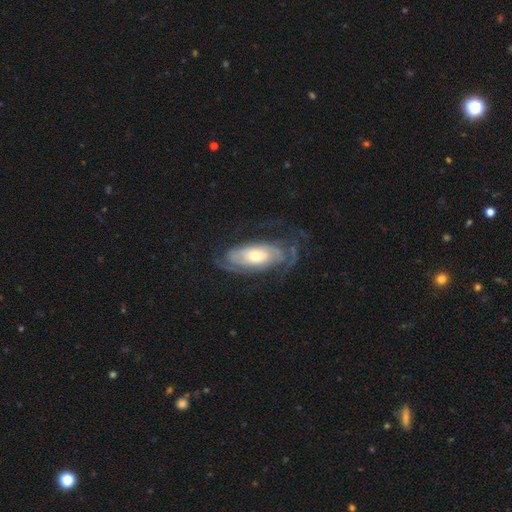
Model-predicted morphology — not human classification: Smooth or featured? Predicted: featured or disk (p=0.83). Edge-on disk? Predicted: no (p=0.91). Bar? Predicted: no (p=0.69). Spiral arms? Predicted: yes (p=0.93). Spiral winding? Predicted: tight (p=0.58). Spiral arm count? Predicted: 2 (p=0.41). Bulge size? Predicted: moderate (p=0.56). Merging? Predicted: none (p=0.65).